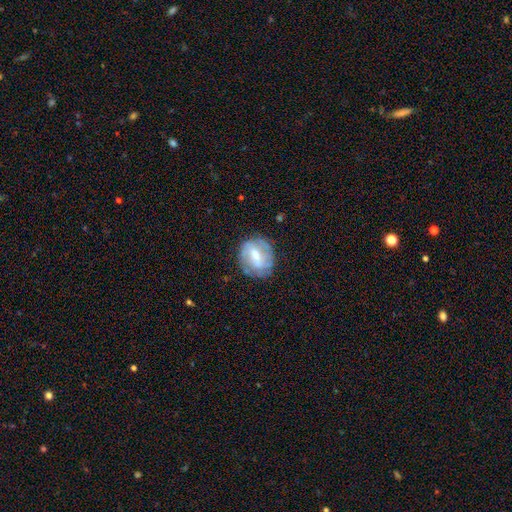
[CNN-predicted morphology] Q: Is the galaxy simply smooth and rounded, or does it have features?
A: featured or disk — 58%.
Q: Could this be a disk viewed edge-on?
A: no — 95%.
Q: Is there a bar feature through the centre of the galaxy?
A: weak — 48%.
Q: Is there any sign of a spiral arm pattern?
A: yes — 59%.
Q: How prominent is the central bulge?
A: moderate — 53%.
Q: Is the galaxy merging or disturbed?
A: none — 69%.